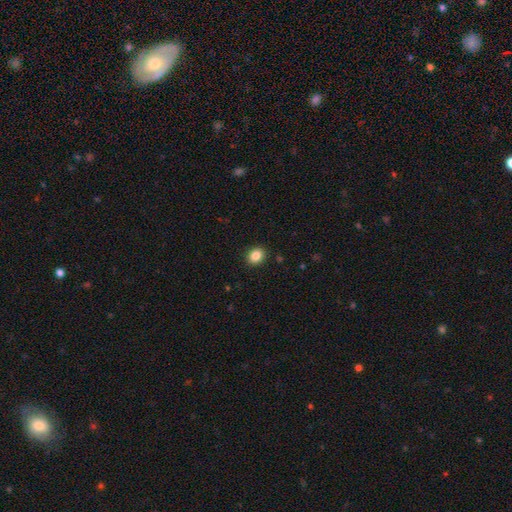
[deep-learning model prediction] Smooth or featured: smooth — 86% (star or artifact — 9%)
How rounded: round — 55% (in between — 44%)
Merging: none — 91% (minor disturbance — 6%)